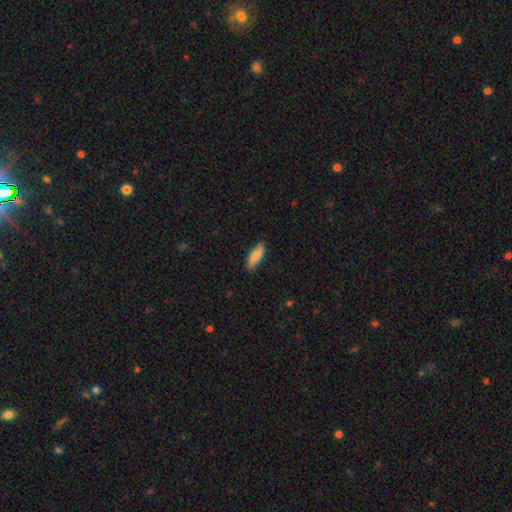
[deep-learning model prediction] A smooth galaxy with no disk features (83%) that is in between round and cigar-shaped (58%).

Vote fractions:
- Smooth or featured? smooth: 83% / featured or disk: 11% / star or artifact: 6%
- How rounded? in between: 58% / cigar-shaped: 40% / round: 2%
- Merging? none: 83% / minor disturbance: 13% / major disturbance: 2% / merger: 1%